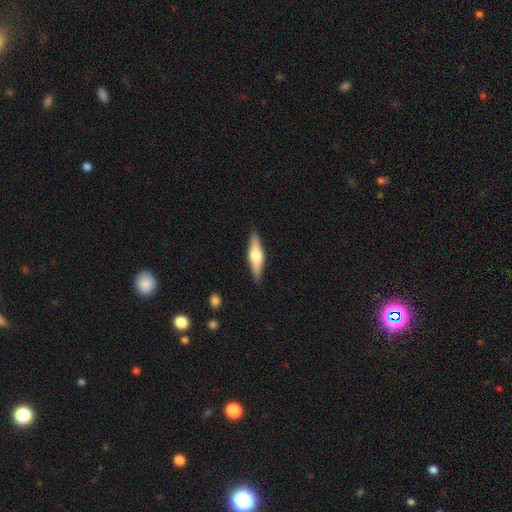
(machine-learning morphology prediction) Smooth or featured? Predicted: featured or disk (p=0.57). Edge-on disk? Predicted: yes (p=0.95). Edge-on bulge? Predicted: rounded (p=0.92). Merging? Predicted: none (p=0.88).